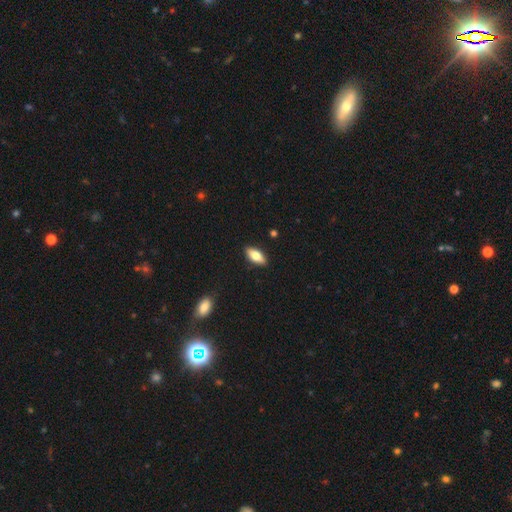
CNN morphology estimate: Overall: smooth (70%). How rounded: in between (81%). Merging: none (89%).